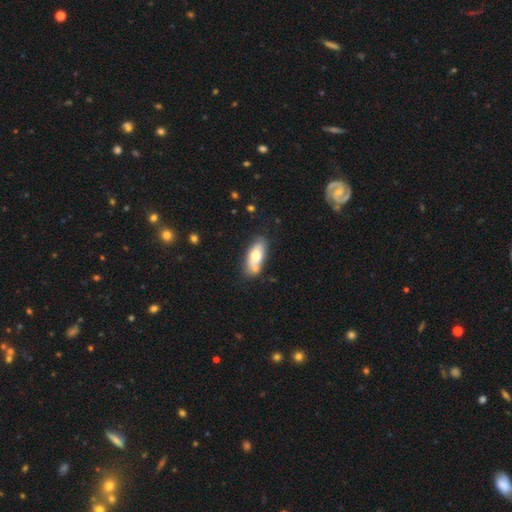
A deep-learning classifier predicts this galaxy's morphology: Smooth or featured? smooth (63%)
How rounded? in between (81%)
Merging? none (68%)